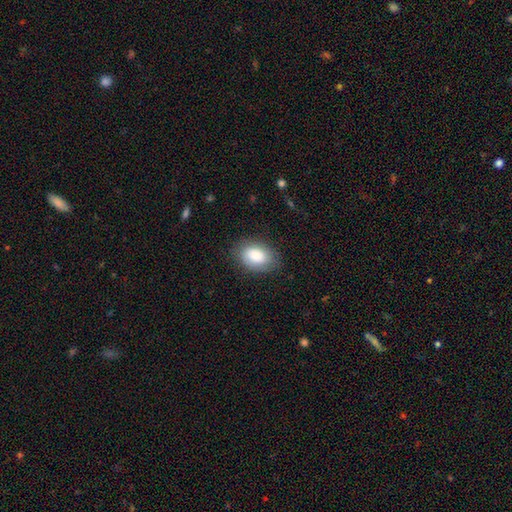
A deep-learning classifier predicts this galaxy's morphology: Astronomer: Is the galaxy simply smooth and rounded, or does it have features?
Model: smooth — 82%.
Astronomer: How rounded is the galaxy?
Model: in between — 85%.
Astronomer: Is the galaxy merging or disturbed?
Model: none — 81%.